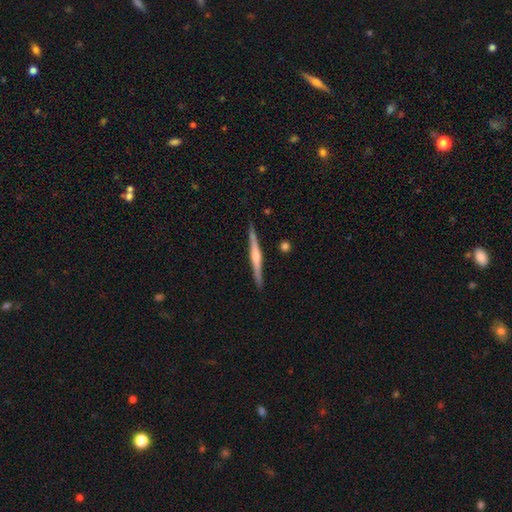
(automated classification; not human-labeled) smooth_or_featured: featured or disk (p=0.76) [alt: smooth p=0.19]
disk_edge_on: yes (p=0.98) [alt: no p=0.02]
edge_on_bulge: rounded (p=0.75) [alt: none p=0.13]
merging: none (p=0.91) [alt: minor disturbance p=0.06]